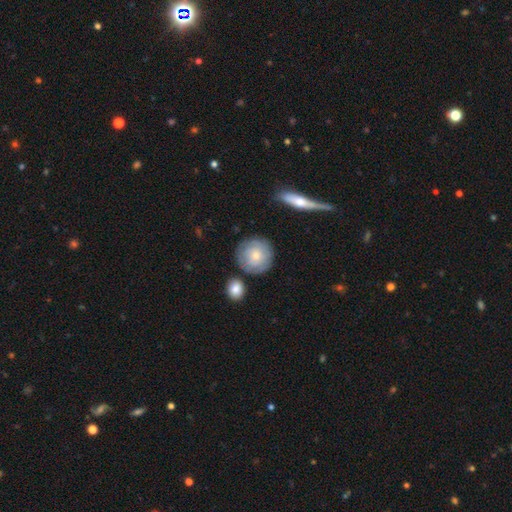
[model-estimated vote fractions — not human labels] A smooth galaxy with no disk features (61%) that is round (93%). Merging: none (78%).